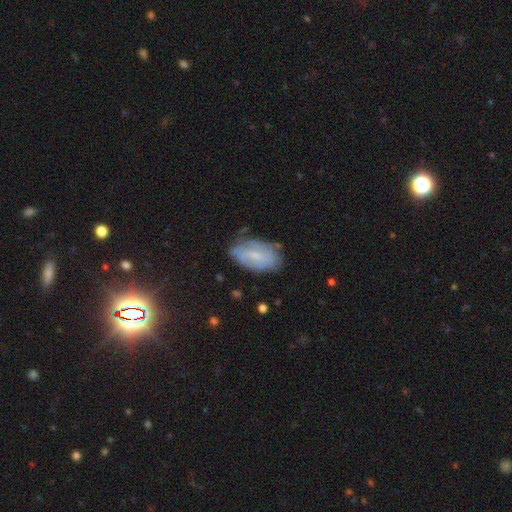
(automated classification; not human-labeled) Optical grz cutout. It shows a featured or disk galaxy (50%). Merging: none (67%).